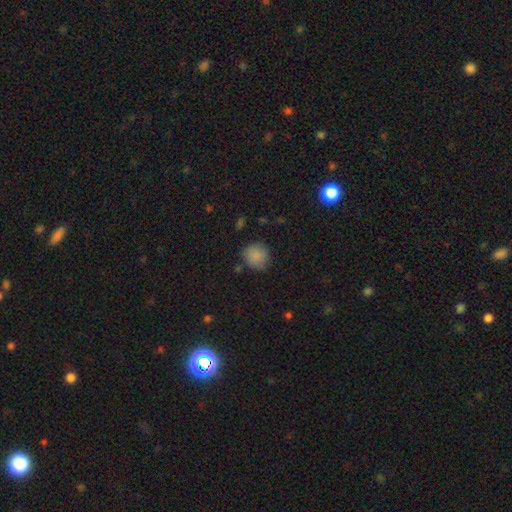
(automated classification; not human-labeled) Q: Smooth or featured?
A: smooth (84%); runner-up: star or artifact (10%)
Q: How rounded?
A: round (88%); runner-up: in between (11%)
Q: Merging?
A: none (75%); runner-up: minor disturbance (17%)